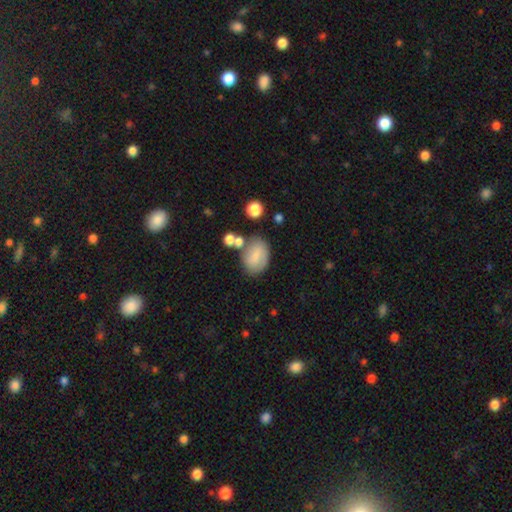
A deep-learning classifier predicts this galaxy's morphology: smooth-or-featured: smooth: 72% | featured or disk: 20% | star or artifact: 9%
  how-rounded: in between: 72% | round: 26% | cigar-shaped: 1%
  merging: none: 63% | minor disturbance: 19% | merger: 12% | major disturbance: 6%